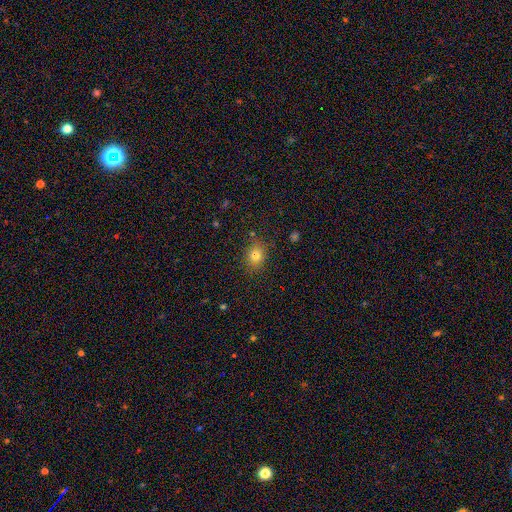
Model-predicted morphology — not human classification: smooth_or_featured: smooth (p=0.79) [alt: star or artifact p=0.13]
how_rounded: round (p=0.52) [alt: in between p=0.46]
merging: none (p=0.83) [alt: minor disturbance p=0.11]